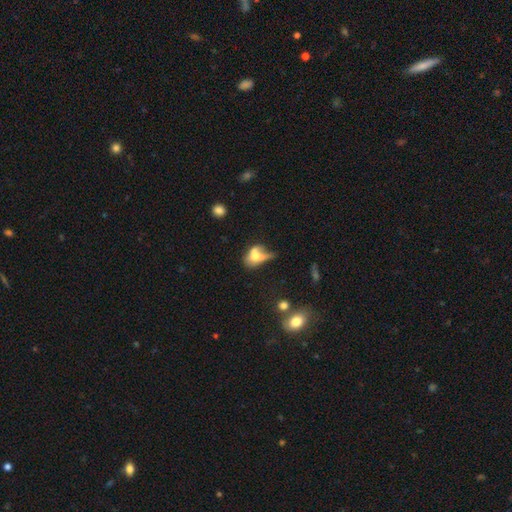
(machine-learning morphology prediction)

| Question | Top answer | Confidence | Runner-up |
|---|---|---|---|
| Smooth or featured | smooth | 59% | featured or disk (30%) |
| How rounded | in between | 68% | round (27%) |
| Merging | merger | 35% | none (24%) |